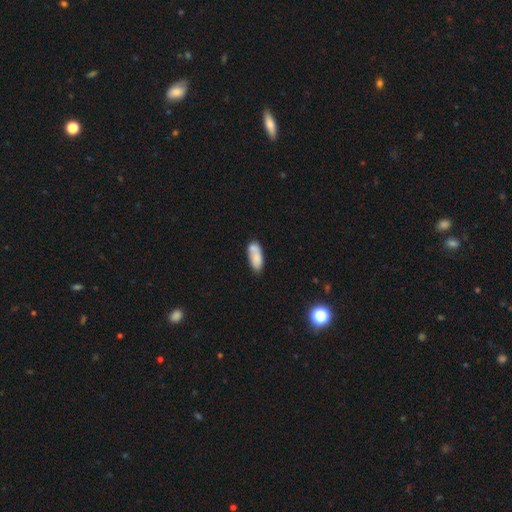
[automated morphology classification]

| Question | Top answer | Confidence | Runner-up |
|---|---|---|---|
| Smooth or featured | smooth | 76% | featured or disk (16%) |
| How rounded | in between | 81% | cigar-shaped (16%) |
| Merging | none | 52% | merger (23%) |